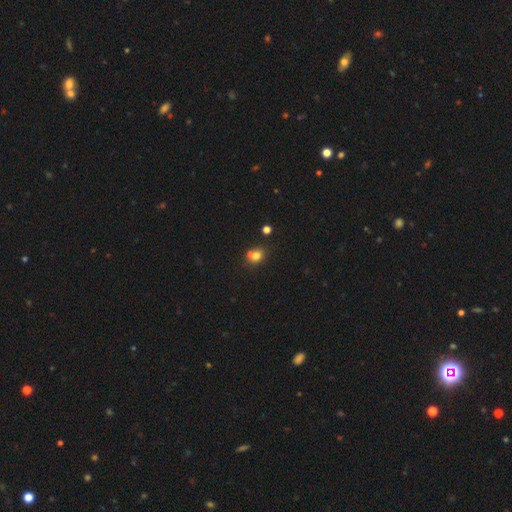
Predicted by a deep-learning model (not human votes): Overall: smooth (77%). How rounded: round (65%; in between 34%). Merging: none (56%; merger 22%).